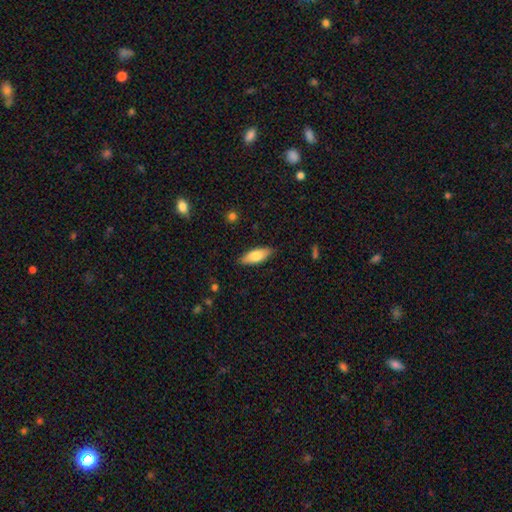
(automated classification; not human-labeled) Morphology: type=smooth (72%); roundness=in between (70%); merging=none (85%).